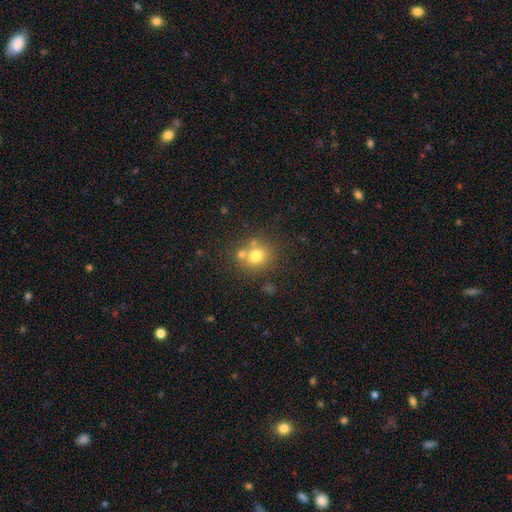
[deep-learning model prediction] This appears to be a smooth galaxy with no disk features (73%) that is round (81%). Merging: none (60%).